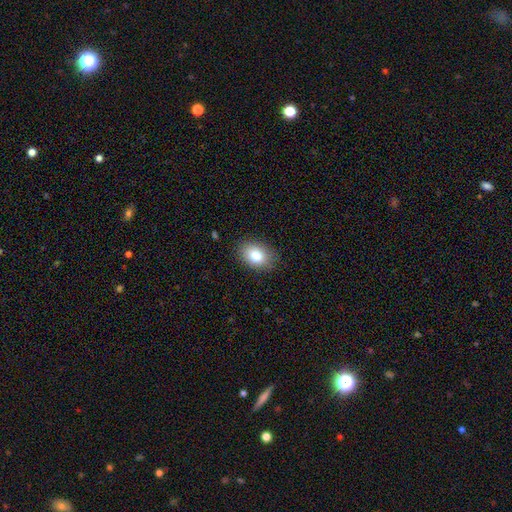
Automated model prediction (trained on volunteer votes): The model was most divided on "how rounded": in between: 74%, round: 25%, cigar-shaped: 1%. More confident: merging — none (87%); smooth or featured — smooth (81%).